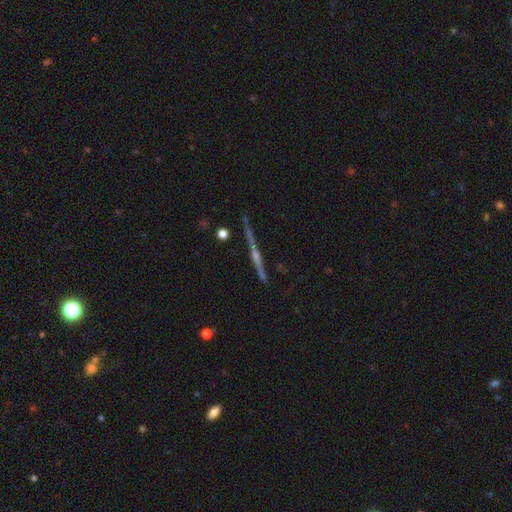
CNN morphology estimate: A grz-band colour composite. It shows a featured or disk galaxy (85%) viewed edge-on (98%) with a rounded central bulge (89%). Merging: none (89%).